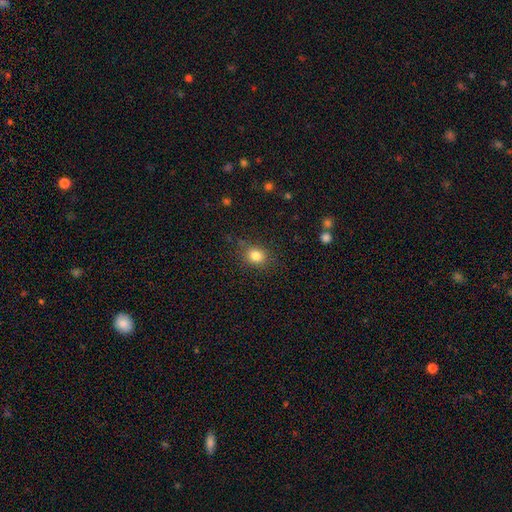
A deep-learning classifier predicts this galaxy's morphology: Q: Smooth or featured?
A: smooth (83%); runner-up: star or artifact (11%)
Q: How rounded?
A: round (64%); runner-up: in between (35%)
Q: Merging?
A: none (82%); runner-up: minor disturbance (13%)